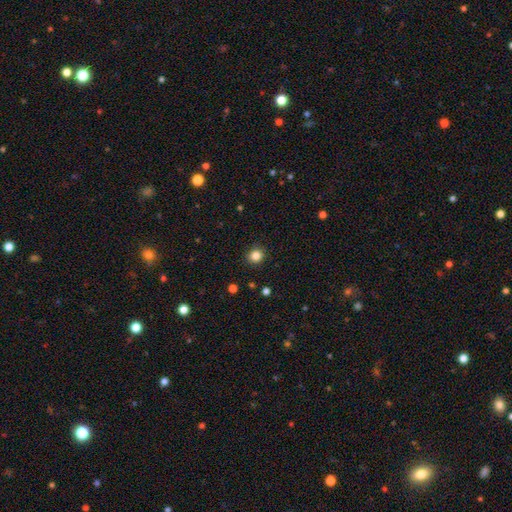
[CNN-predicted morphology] smooth 84%, star or artifact 12%, featured or disk 5%. Down the decision tree: how rounded — round (86%); merging — none (91%).